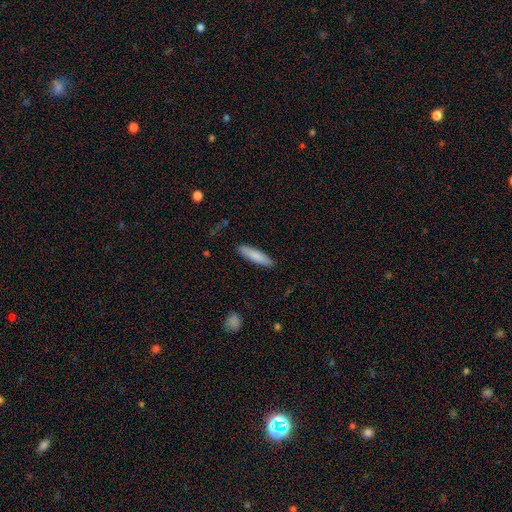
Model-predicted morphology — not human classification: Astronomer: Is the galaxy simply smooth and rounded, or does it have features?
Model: smooth — 83%.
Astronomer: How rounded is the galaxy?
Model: cigar-shaped — 75%.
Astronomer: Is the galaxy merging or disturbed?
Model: none — 89%.